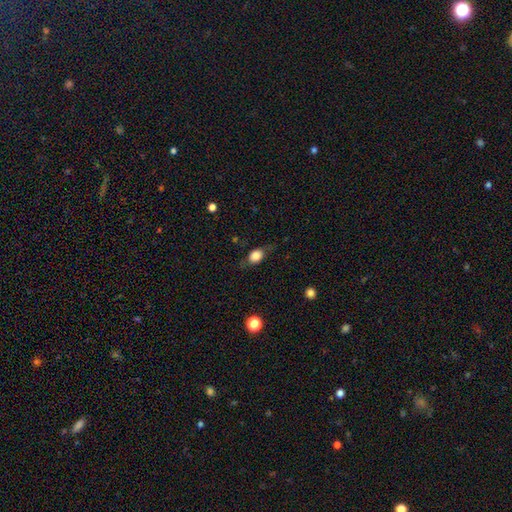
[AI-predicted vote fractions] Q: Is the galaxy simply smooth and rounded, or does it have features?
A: smooth — 74%.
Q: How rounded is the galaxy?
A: in between — 66%.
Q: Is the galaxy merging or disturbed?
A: none — 71%.